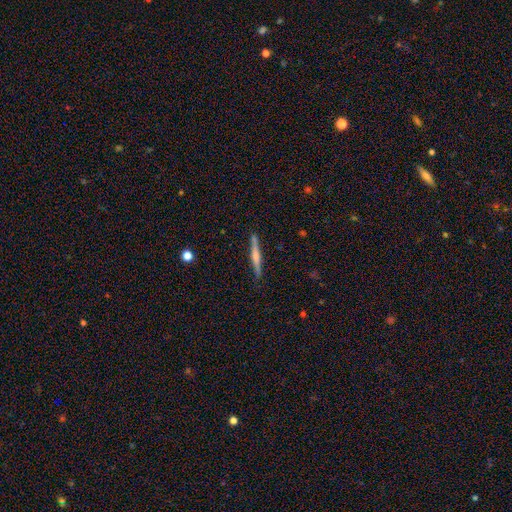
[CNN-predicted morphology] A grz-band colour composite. It shows a featured or disk galaxy (56%) viewed edge-on (98%) with a rounded central bulge (54%). Merging: none (88%).